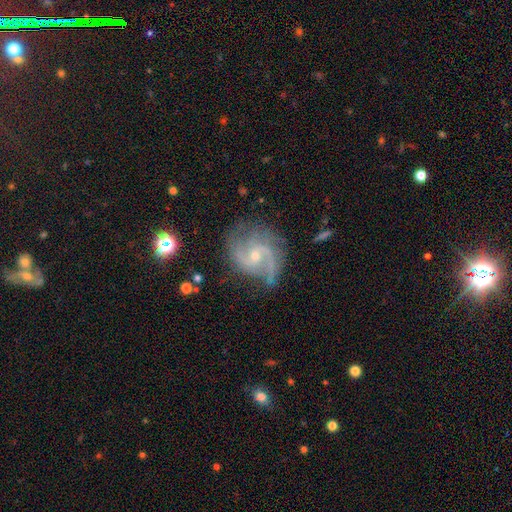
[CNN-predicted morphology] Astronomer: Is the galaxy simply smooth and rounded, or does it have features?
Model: featured or disk — 90%.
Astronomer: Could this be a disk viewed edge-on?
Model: no — 98%.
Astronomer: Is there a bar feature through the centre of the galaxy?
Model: no — 54% (runner-up: weak, 38%).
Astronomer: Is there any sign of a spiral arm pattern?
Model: yes — 98%.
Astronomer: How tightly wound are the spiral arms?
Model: medium — 57%.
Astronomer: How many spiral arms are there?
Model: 2 — 75%.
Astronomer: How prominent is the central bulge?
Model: small — 63%.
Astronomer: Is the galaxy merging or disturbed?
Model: none — 70%.